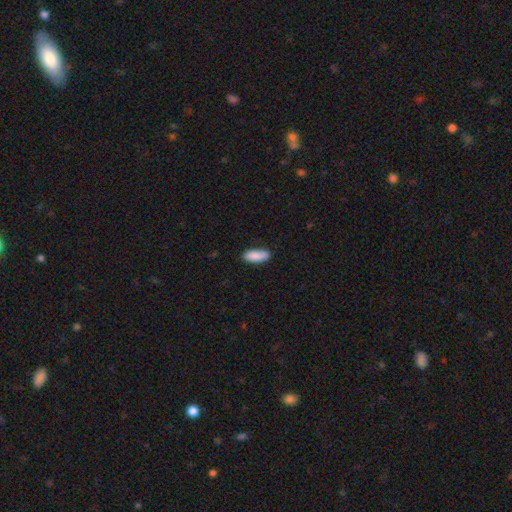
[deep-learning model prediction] Smooth or featured: smooth — 88% (star or artifact — 6%)
How rounded: in between — 73% (cigar-shaped — 25%)
Merging: none — 80% (minor disturbance — 16%)